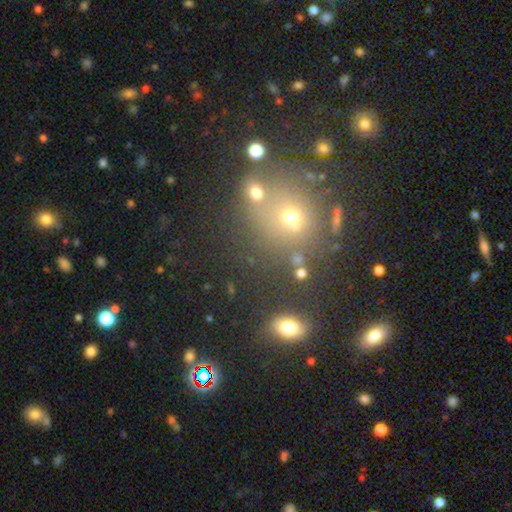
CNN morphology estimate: This appears to be a smooth galaxy with no disk features (46%). Merging: none (75%).